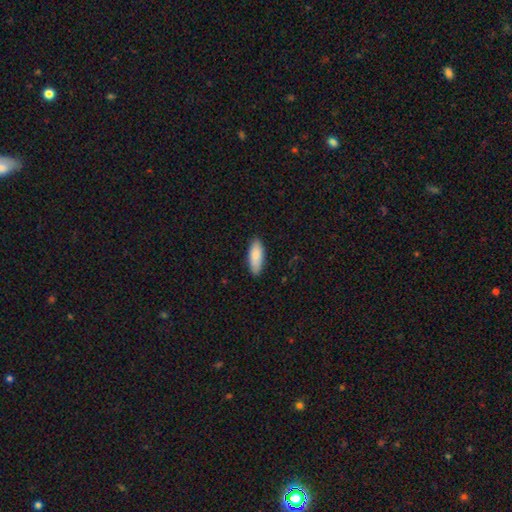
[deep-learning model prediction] smooth 87%, featured or disk 7%, star or artifact 6%. Down the decision tree: how rounded — in between (75%); merging — none (87%).